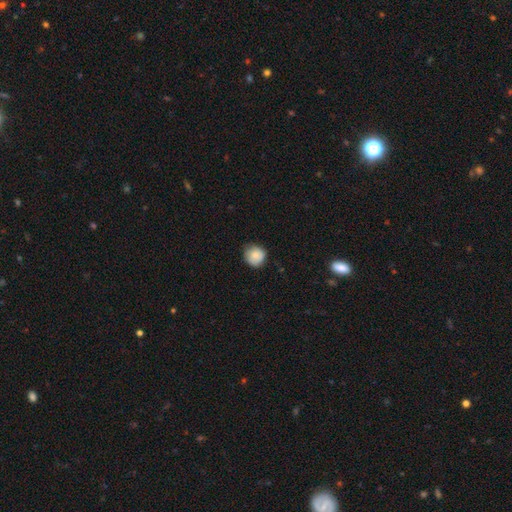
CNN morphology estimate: This is likely a smooth galaxy (79%). How rounded: clearly round (90%). Merging: likely none (71%).